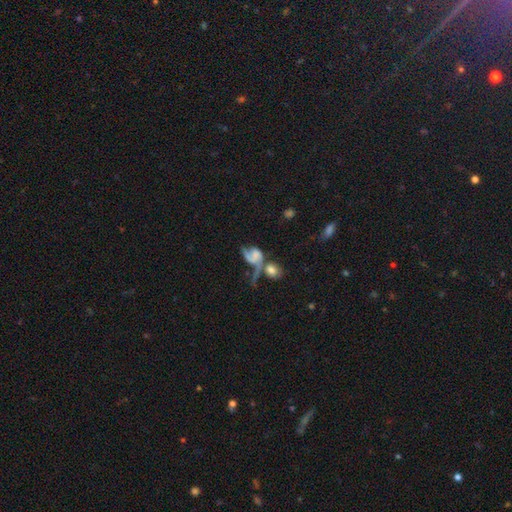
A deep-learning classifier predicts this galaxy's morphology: A featured or disk galaxy (57%) with no bar (69%), spiral arms (75%) and no central bulge (46%).

Vote fractions:
- Smooth or featured? featured or disk: 57% / smooth: 31% / star or artifact: 11%
- Edge-on disk? no: 95% / yes: 5%
- Bar? no: 69% / weak: 22% / strong: 8%
- Spiral arms? yes: 75% / no: 25%
- Bulge size? none: 46% / small: 24% / moderate: 16% / large: 9% / dominant: 4%
- Merging? merger: 48% / major disturbance: 22% / none: 19% / minor disturbance: 11%